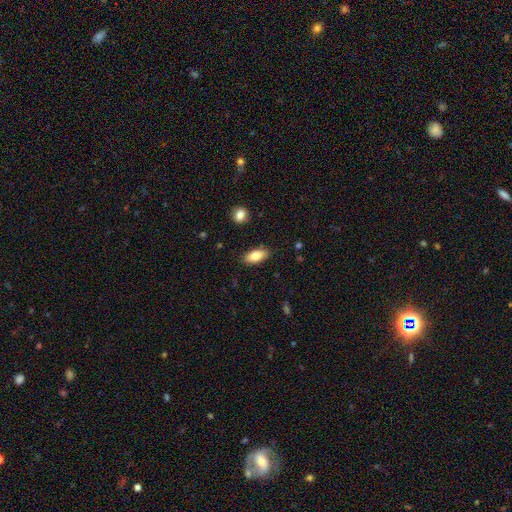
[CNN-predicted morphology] This appears to be a smooth galaxy with no disk features (80%) that is in between round and cigar-shaped (87%). Merging: none (87%).